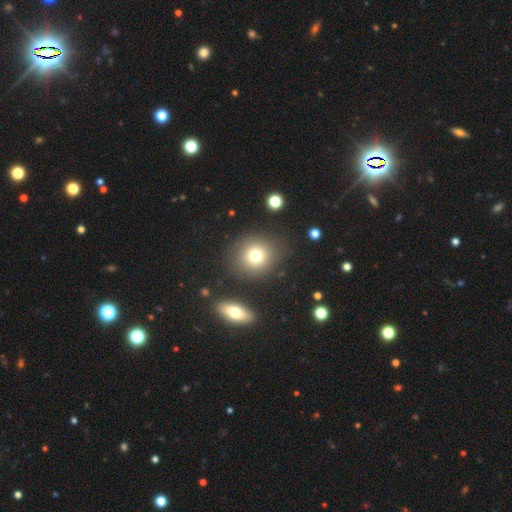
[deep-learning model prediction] smooth_or_featured: smooth (p=0.76) [alt: star or artifact p=0.13]
how_rounded: round (p=0.78) [alt: in between p=0.21]
merging: none (p=0.81) [alt: minor disturbance p=0.10]